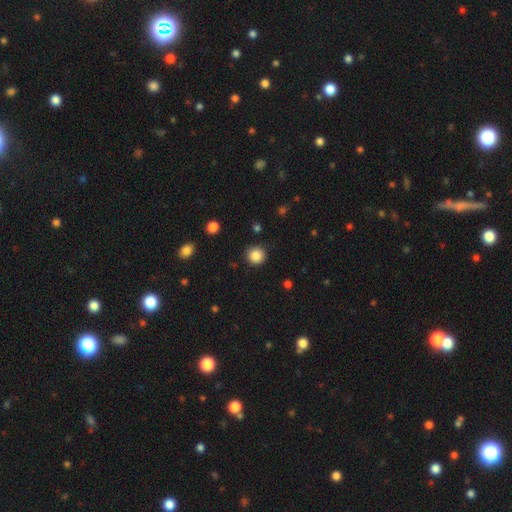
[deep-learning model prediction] This is clearly a smooth galaxy (86%). How rounded: clearly round (93%). Merging: clearly none (91%).